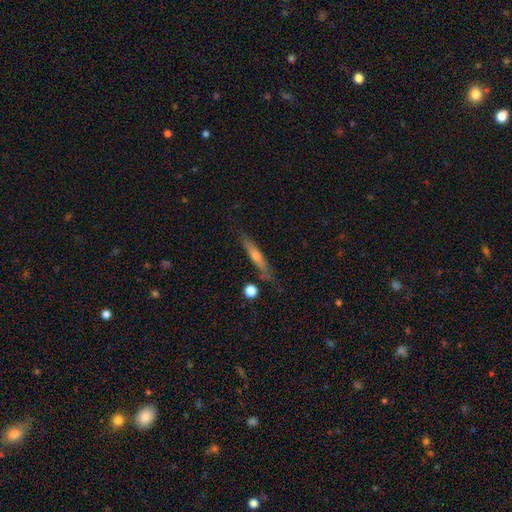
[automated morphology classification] smooth-or-featured: featured or disk: 50% | smooth: 42% | star or artifact: 8%
  disk-edge-on: yes: 89% | no: 11%
  merging: none: 78% | minor disturbance: 14% | major disturbance: 4% | merger: 3%